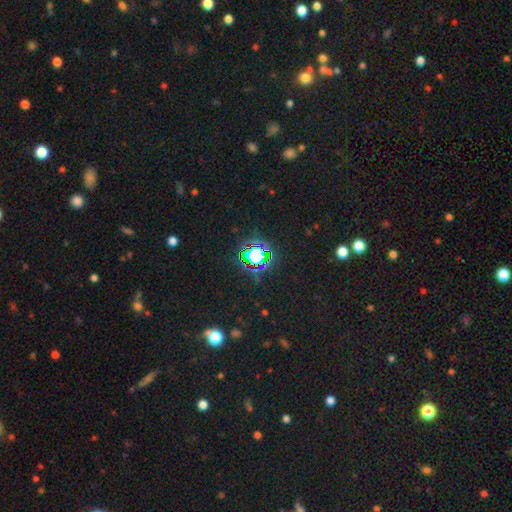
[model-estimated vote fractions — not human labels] Smooth or featured: star or artifact — 72% (smooth — 18%)